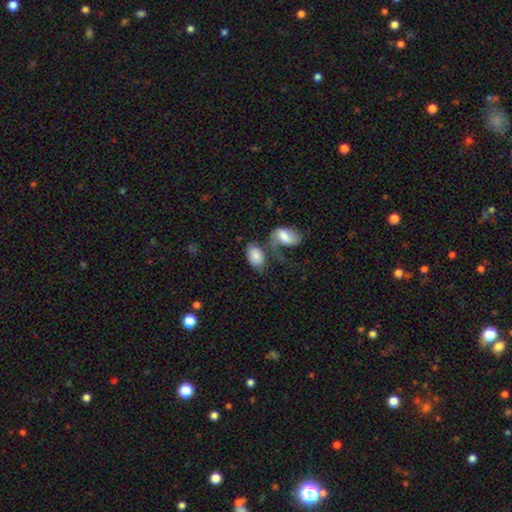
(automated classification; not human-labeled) The model was most divided on "merging": merger: 41%, none: 31%, major disturbance: 15%, minor disturbance: 14%. More confident: how rounded — in between (92%); smooth or featured — smooth (79%).